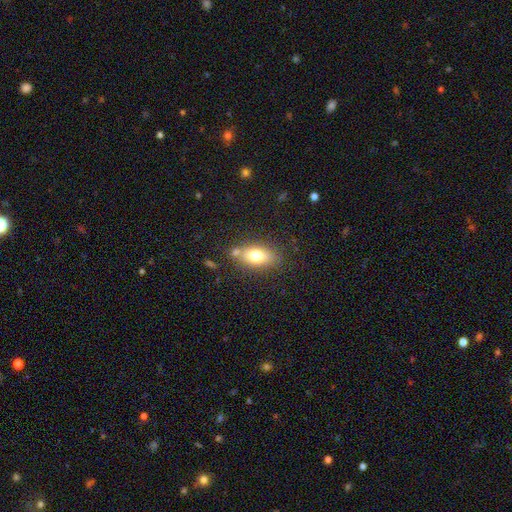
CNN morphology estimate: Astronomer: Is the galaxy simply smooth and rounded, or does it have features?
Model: smooth — 73%.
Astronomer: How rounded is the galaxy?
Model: in between — 83%.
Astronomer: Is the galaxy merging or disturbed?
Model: none — 71%.